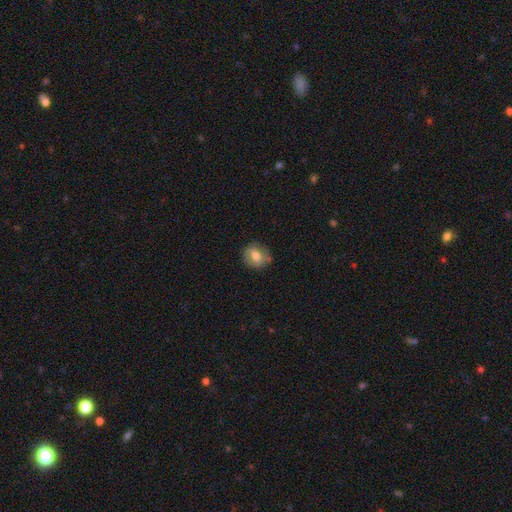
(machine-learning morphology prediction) smooth 66%, featured or disk 26%, star or artifact 8%. Down the decision tree: how rounded — round (77%); merging — none (76%).